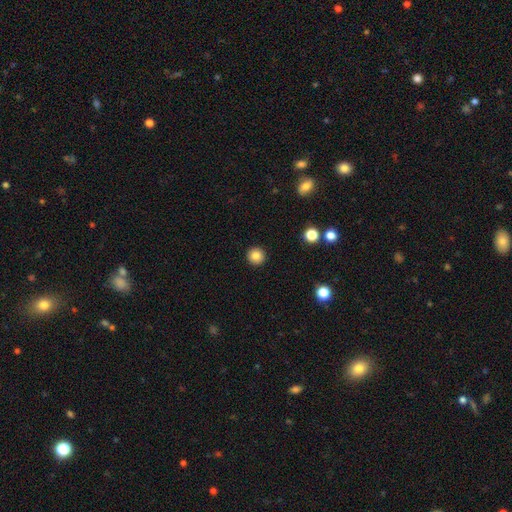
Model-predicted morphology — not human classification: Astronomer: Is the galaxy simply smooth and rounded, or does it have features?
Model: smooth — 84%.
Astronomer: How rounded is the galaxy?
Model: round — 96%.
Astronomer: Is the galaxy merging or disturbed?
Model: none — 93%.